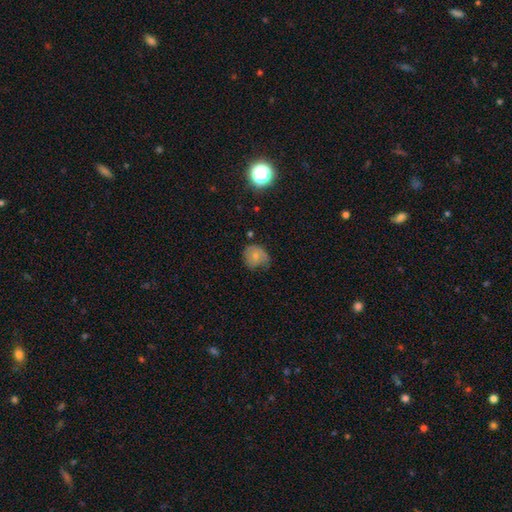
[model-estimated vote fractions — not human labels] A smooth galaxy with no disk features (68%) that is round (71%). Merging: none (46%).